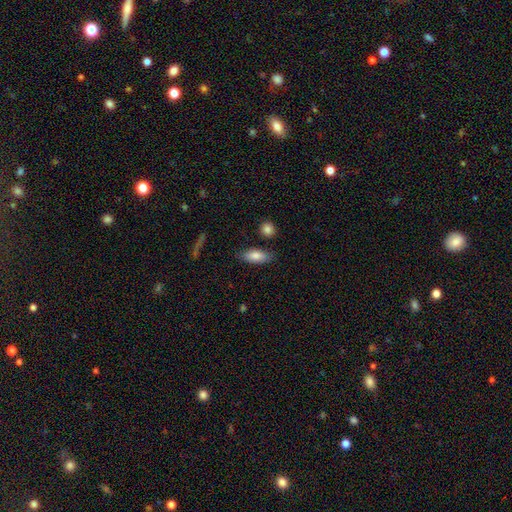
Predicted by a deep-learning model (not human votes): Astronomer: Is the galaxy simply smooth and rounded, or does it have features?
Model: smooth — 82%.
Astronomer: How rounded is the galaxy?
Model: in between — 79%.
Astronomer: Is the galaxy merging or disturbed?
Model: none — 81%.